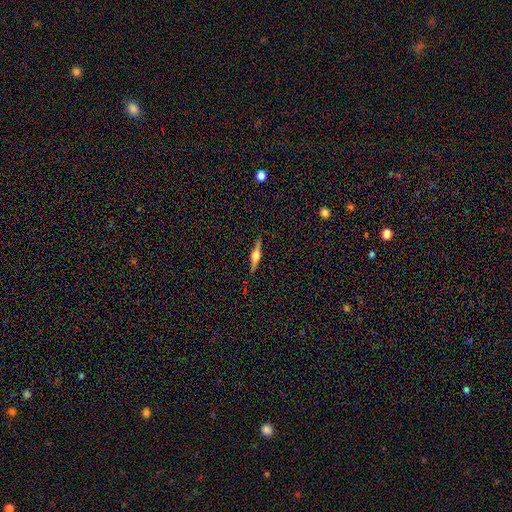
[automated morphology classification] Overall: featured or disk (74%). Edge-on disk: yes (98%). Edge-on bulge: rounded (91%). Merging: none (90%).